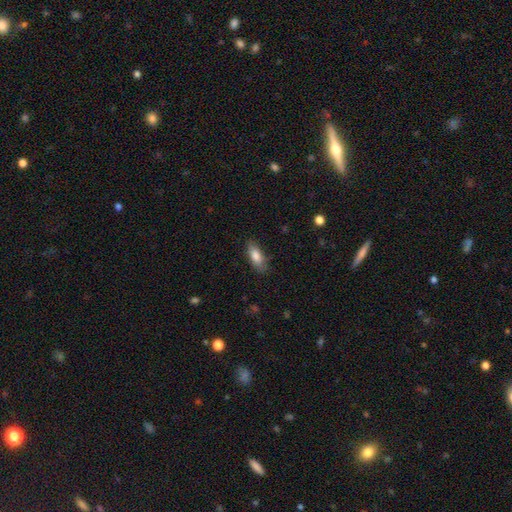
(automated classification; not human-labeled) A smooth galaxy with no disk features (83%) that is in between round and cigar-shaped (73%).

Vote fractions:
- Smooth or featured? smooth: 83% / featured or disk: 11% / star or artifact: 6%
- How rounded? in between: 73% / cigar-shaped: 25% / round: 2%
- Merging? none: 82% / minor disturbance: 14% / major disturbance: 3% / merger: 1%